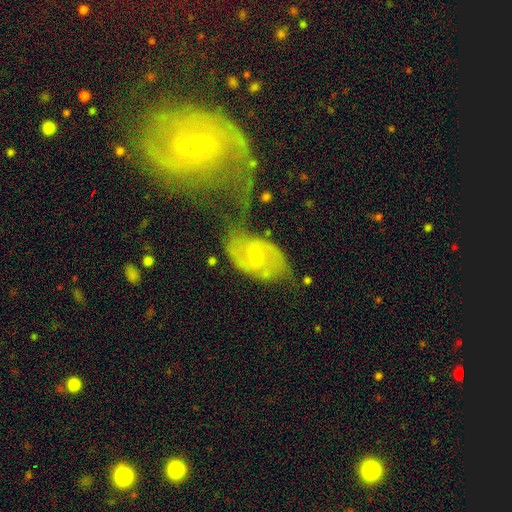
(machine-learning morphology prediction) Overall: featured or disk (76%). Edge-on disk: no (95%). Bar: weak (42%; no 41%). Spiral arms: yes (83%). Spiral arm count: 2 (75%). Spiral winding: medium (43%; tight 34%). Bulge size: moderate (64%; small 32%). Merging: none (53%; minor disturbance 21%).